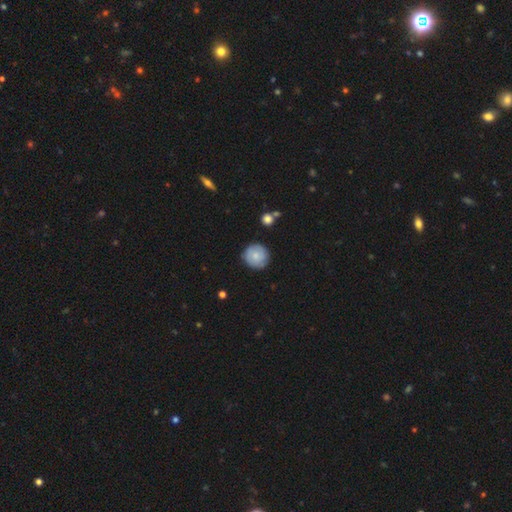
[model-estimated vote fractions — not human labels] A smooth galaxy with no disk features (70%) that is round (93%).

Vote fractions:
- Smooth or featured? smooth: 70% / featured or disk: 23% / star or artifact: 7%
- How rounded? round: 93% / in between: 6% / cigar-shaped: 1%
- Merging? none: 86% / minor disturbance: 11% / major disturbance: 2% / merger: 1%